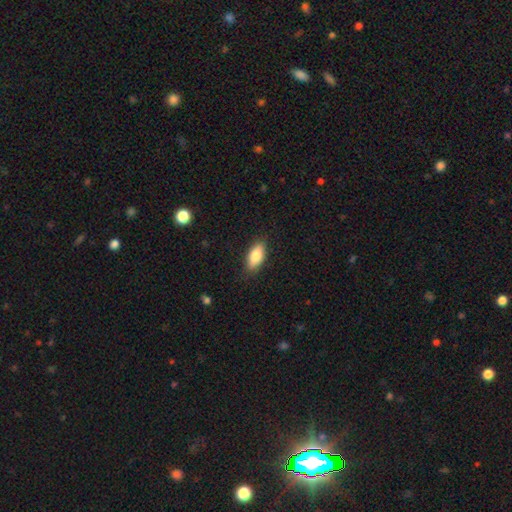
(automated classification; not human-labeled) A smooth galaxy with no disk features (84%) that is in between round and cigar-shaped (86%).

Vote fractions:
- Smooth or featured? smooth: 84% / featured or disk: 10% / star or artifact: 7%
- How rounded? in between: 86% / cigar-shaped: 11% / round: 3%
- Merging? none: 86% / minor disturbance: 11% / major disturbance: 2% / merger: 1%